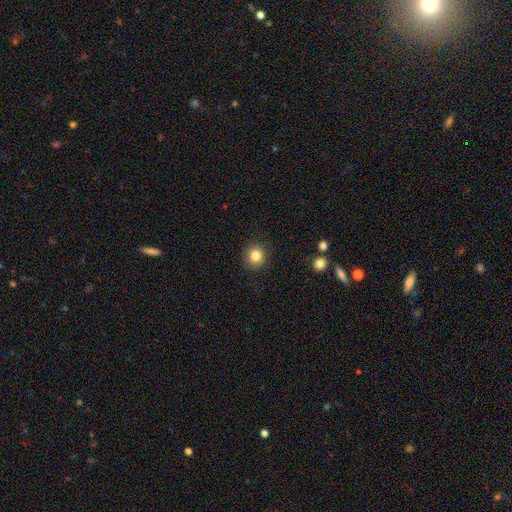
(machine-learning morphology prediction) smooth 84%, star or artifact 11%, featured or disk 6%. Down the decision tree: how rounded — round (88%); merging — none (90%).